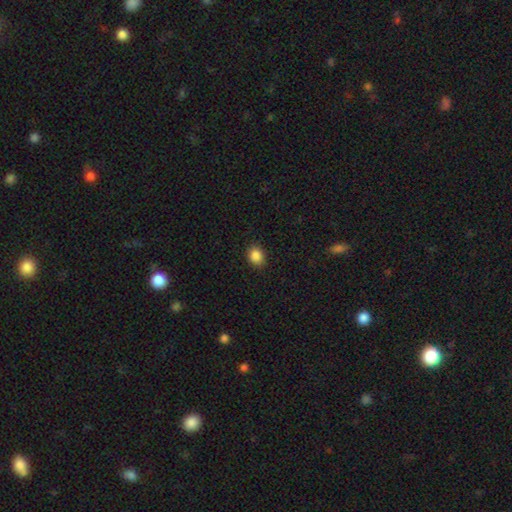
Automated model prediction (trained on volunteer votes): A smooth galaxy with no disk features (87%) that is in between round and cigar-shaped (54%).

Vote fractions:
- Smooth or featured? smooth: 87% / star or artifact: 10% / featured or disk: 3%
- How rounded? in between: 54% / round: 45% / cigar-shaped: 1%
- Merging? none: 89% / minor disturbance: 8% / major disturbance: 2% / merger: 1%